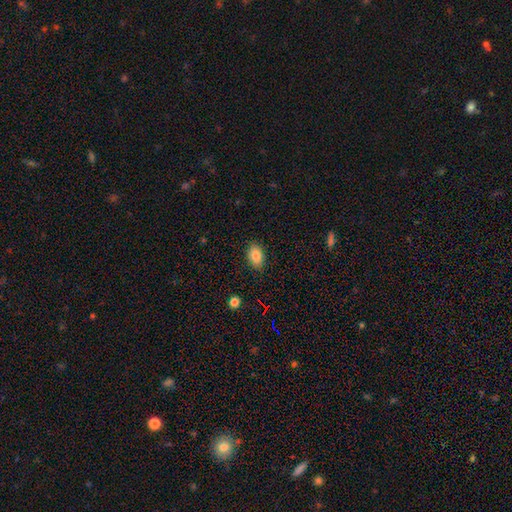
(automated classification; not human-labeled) smooth 84%, star or artifact 9%, featured or disk 7%. Down the decision tree: how rounded — in between (88%); merging — none (86%).